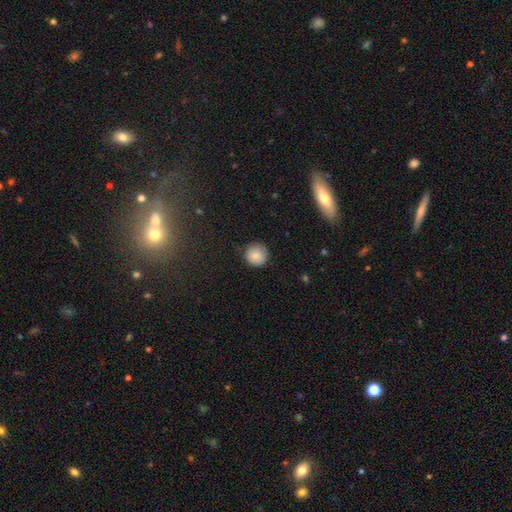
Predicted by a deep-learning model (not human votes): smooth-or-featured: smooth: 83% | star or artifact: 9% | featured or disk: 8%
  how-rounded: round: 95% | in between: 4% | cigar-shaped: 1%
  merging: none: 87% | minor disturbance: 9% | major disturbance: 2% | merger: 1%